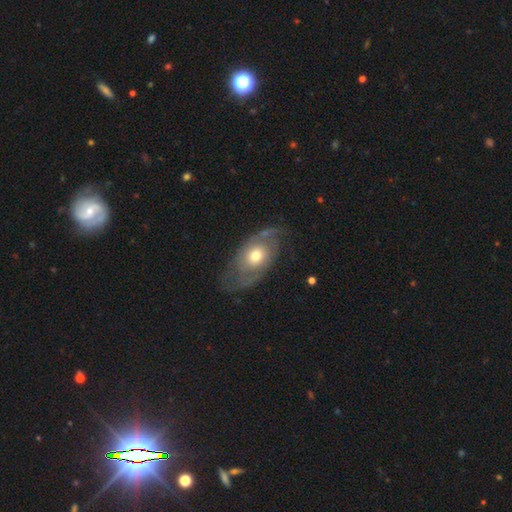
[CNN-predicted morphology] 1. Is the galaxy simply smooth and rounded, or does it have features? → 63% featured or disk, 30% smooth, 6% star or artifact.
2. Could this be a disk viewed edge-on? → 91% no, 9% yes.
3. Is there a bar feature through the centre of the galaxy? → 82% no, 14% weak, 3% strong.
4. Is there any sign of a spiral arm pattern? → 67% yes, 33% no.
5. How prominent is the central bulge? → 64% moderate, 24% small, 9% large, 1% dominant, 1% none.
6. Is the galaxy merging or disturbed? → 64% none, 21% minor disturbance, 13% major disturbance, 2% merger.